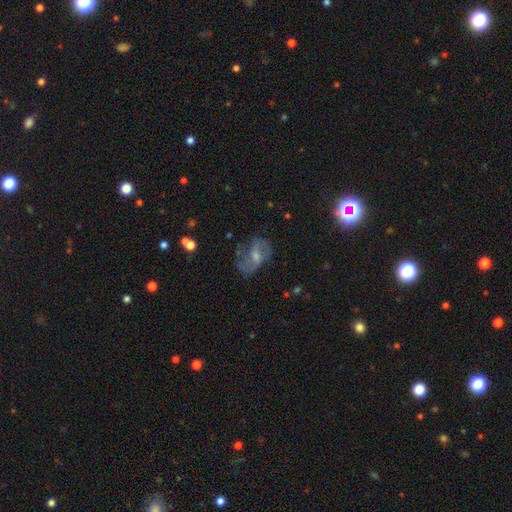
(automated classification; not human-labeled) A featured or disk galaxy (63%) with a weak bar (47%), spiral arms (80%) and a moderate central bulge (46%). Merging: none (62%).